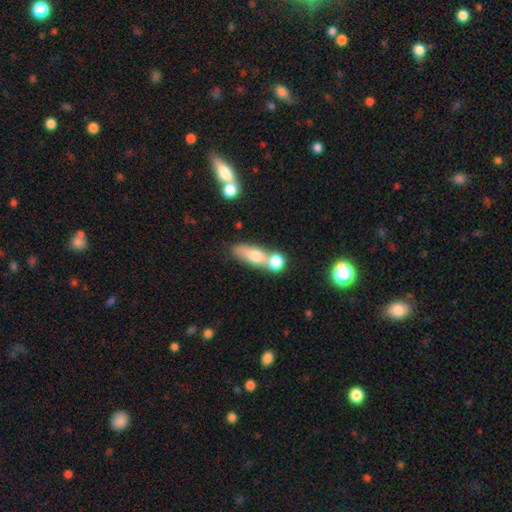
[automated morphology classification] A smooth galaxy with no disk features (68%) that is in between round and cigar-shaped (56%).

Vote fractions:
- Smooth or featured? smooth: 68% / featured or disk: 23% / star or artifact: 9%
- How rounded? in between: 56% / cigar-shaped: 29% / round: 15%
- Merging? merger: 53% / none: 31% / minor disturbance: 10% / major disturbance: 6%